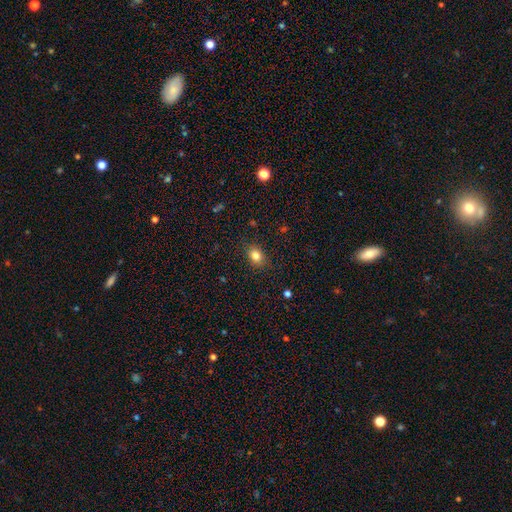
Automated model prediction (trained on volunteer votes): This appears to be a smooth galaxy with no disk features (83%) that is in between round and cigar-shaped (59%). Merging: none (86%).